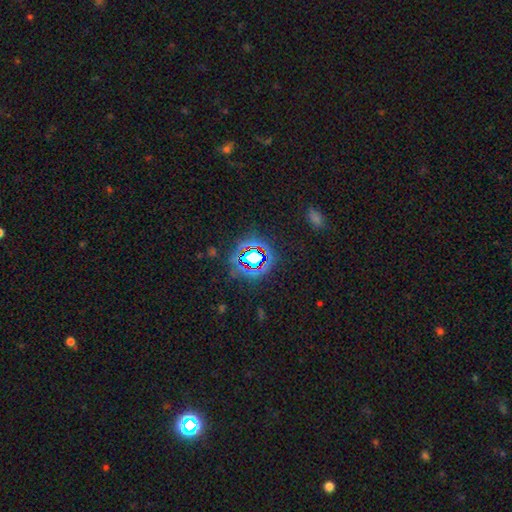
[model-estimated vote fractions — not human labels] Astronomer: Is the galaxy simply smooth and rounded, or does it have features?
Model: star or artifact — 69%.